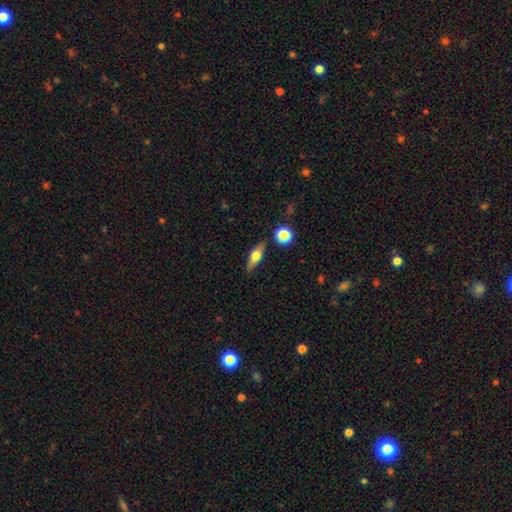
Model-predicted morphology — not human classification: The model was most divided on "smooth or featured": smooth: 52%, featured or disk: 40%, star or artifact: 8%. More confident: merging — none (82%); how rounded — in between (58%).